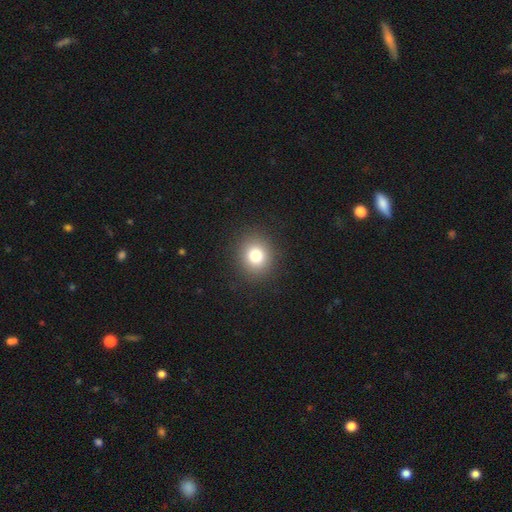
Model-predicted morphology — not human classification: type=smooth (79%); roundness=round (80%); merging=none (90%).